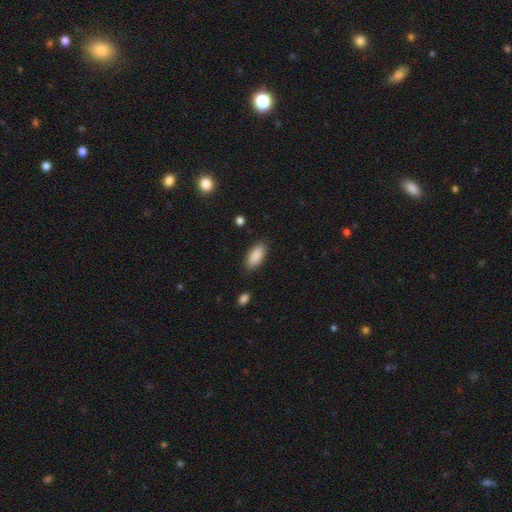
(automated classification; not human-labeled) smooth_or_featured: smooth (p=0.90) [alt: star or artifact p=0.06]
how_rounded: in between (p=0.90) [alt: cigar-shaped p=0.08]
merging: none (p=0.85) [alt: minor disturbance p=0.11]